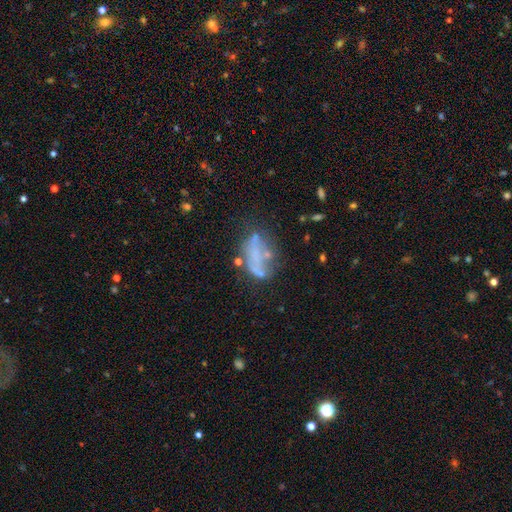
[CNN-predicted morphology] The model was most divided on "smooth or featured": featured or disk: 48%, smooth: 36%, star or artifact: 16%. Remaining: merging — none (39%).